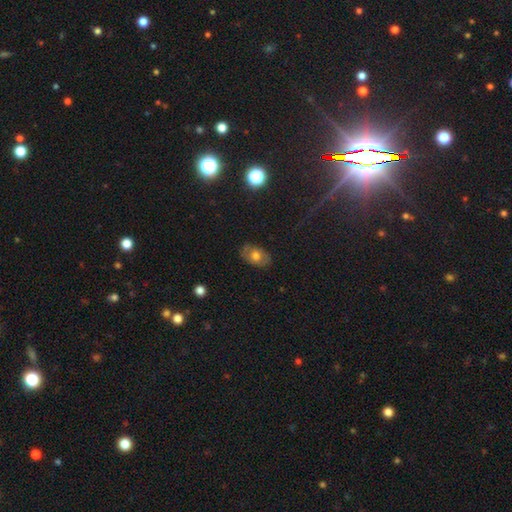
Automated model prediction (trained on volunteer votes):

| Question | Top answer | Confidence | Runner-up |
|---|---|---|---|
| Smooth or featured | smooth | 57% | featured or disk (32%) |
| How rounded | in between | 85% | round (14%) |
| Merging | none | 80% | minor disturbance (15%) |